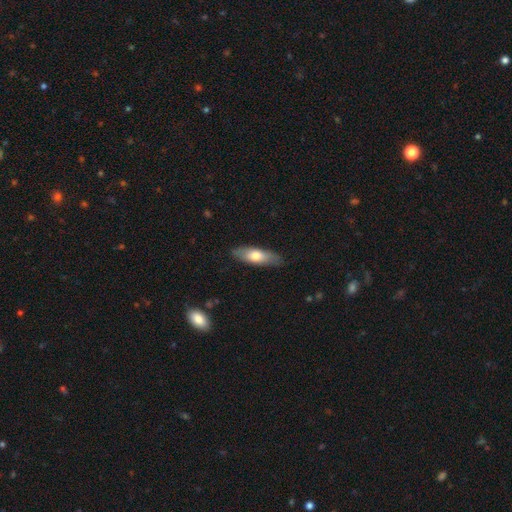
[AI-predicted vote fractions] This is likely a smooth galaxy (66%). How rounded: possibly in between (52%). Merging: clearly none (83%).